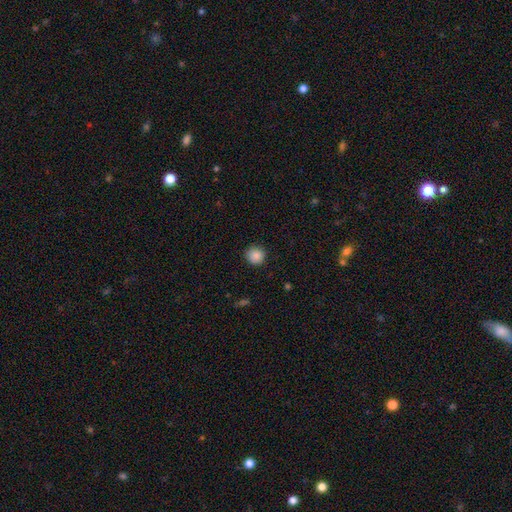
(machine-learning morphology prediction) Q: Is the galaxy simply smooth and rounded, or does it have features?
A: smooth — 88%.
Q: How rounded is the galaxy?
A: round — 94%.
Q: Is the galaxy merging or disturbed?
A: none — 90%.